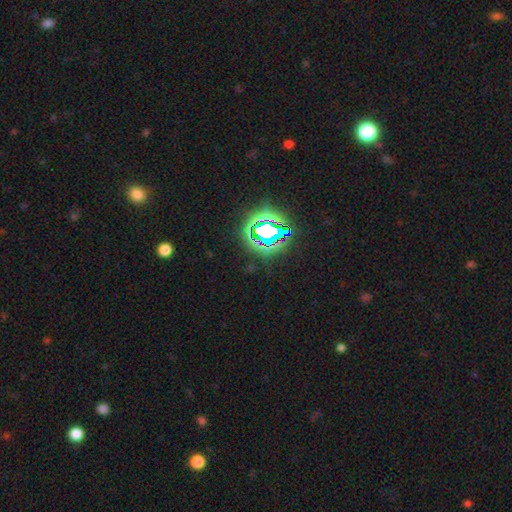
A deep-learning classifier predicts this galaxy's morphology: smooth_or_featured: star or artifact (p=0.80) [alt: smooth p=0.13]